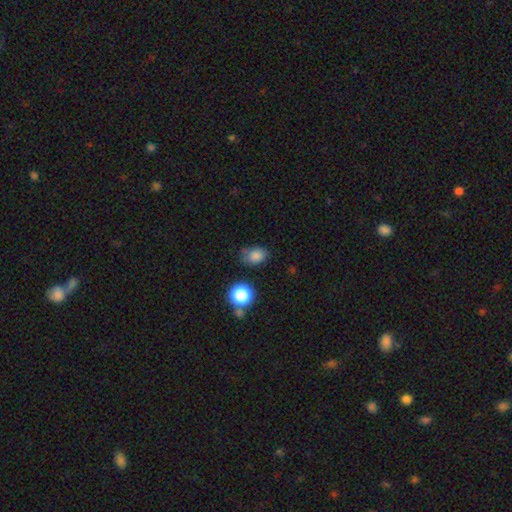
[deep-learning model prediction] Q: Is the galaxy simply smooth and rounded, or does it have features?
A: smooth — 82%.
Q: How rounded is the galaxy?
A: in between — 71%.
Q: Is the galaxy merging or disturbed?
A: none — 65%.